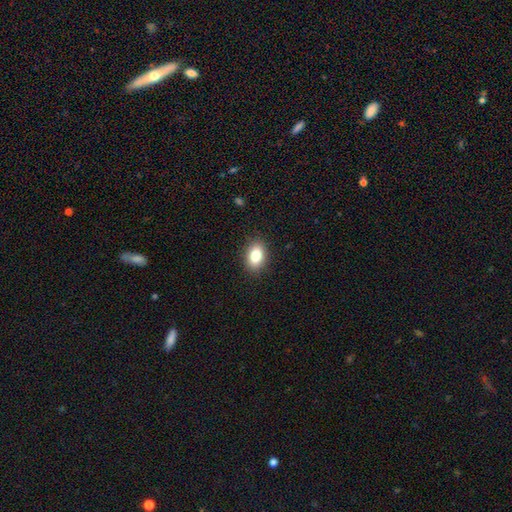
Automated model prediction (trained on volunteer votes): Smooth or featured? Predicted: smooth (p=0.84). How rounded? Predicted: in between (p=0.84). Merging? Predicted: none (p=0.88).